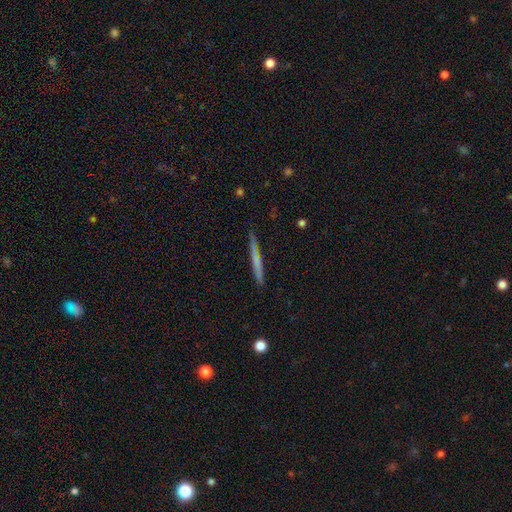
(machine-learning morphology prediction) The model was most divided on "smooth or featured": featured or disk: 49%, smooth: 45%, star or artifact: 6%. More confident: merging — none (89%).